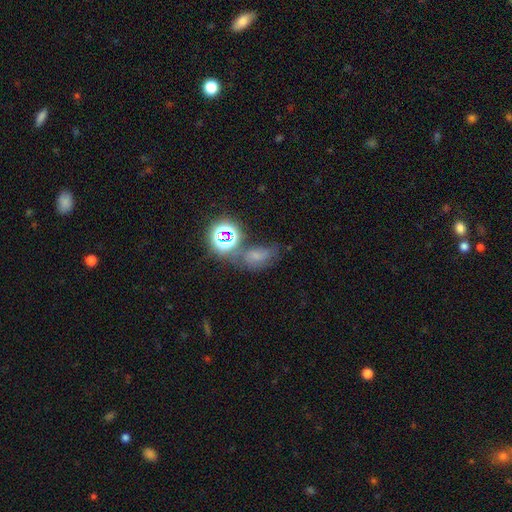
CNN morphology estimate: This appears to be a smooth galaxy with no disk features (44%). Merging: none (42%).